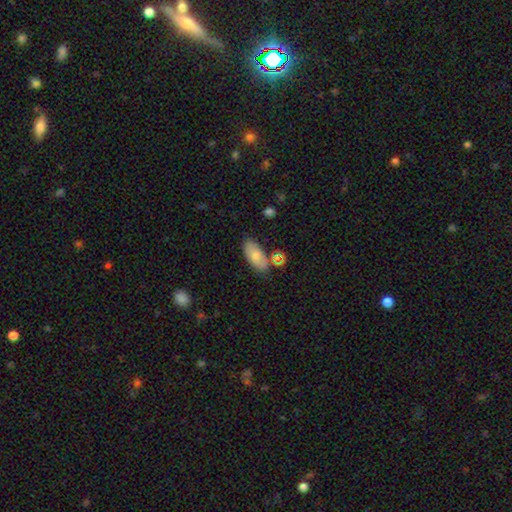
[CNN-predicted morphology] Smooth or featured? smooth (75%)
How rounded? in between (90%)
Merging? none (73%)